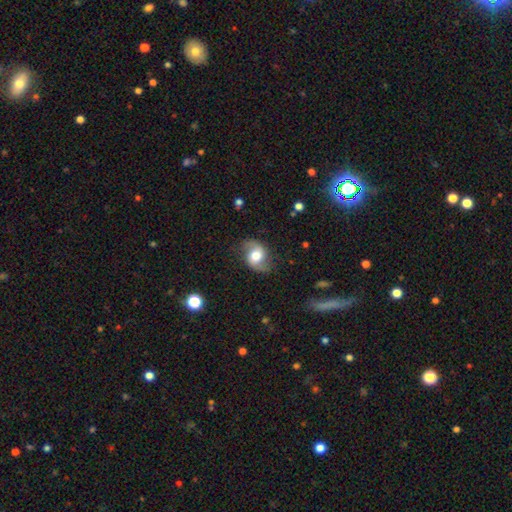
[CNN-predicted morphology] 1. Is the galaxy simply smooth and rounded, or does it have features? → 56% featured or disk, 36% smooth, 8% star or artifact.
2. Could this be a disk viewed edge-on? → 96% no, 4% yes.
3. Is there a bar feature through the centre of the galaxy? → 52% no, 36% weak, 12% strong.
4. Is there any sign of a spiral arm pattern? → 85% yes, 15% no.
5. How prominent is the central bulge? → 57% moderate, 31% large, 7% small, 4% dominant, 1% none.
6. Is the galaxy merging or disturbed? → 73% none, 18% minor disturbance, 7% major disturbance, 1% merger.